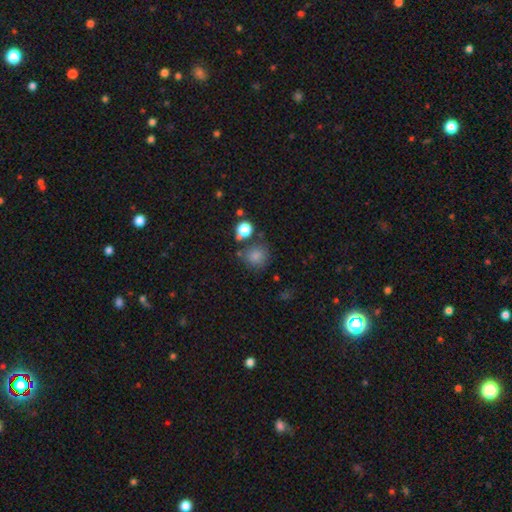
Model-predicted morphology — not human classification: type=smooth (81%); roundness=round (86%); merging=none (69%).